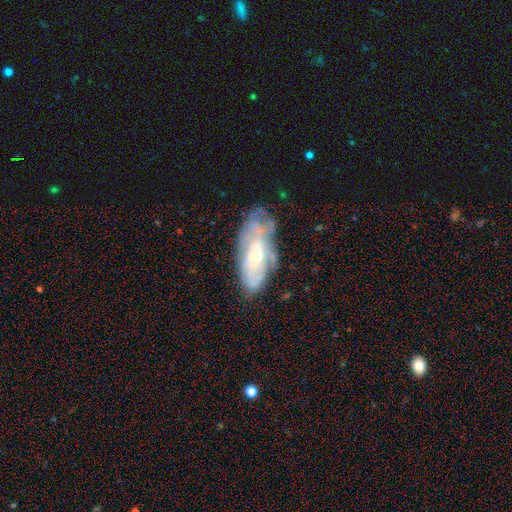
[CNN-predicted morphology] smooth_or_featured: featured or disk (p=0.58) [alt: smooth p=0.34]
disk_edge_on: no (p=0.87) [alt: yes p=0.13]
bar: no (p=0.77) [alt: weak p=0.19]
has_spiral_arms: yes (p=0.50) [tied with: no p=0.50]
bulge_size: small (p=0.46) [alt: moderate p=0.41]
merging: none (p=0.56) [alt: minor disturbance p=0.27]